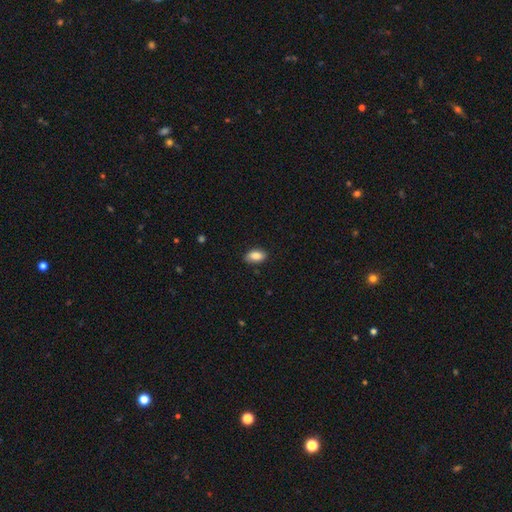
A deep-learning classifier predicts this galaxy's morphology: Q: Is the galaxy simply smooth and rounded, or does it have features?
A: smooth — 87%.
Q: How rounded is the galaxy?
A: in between — 92%.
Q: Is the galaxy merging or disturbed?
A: none — 86%.